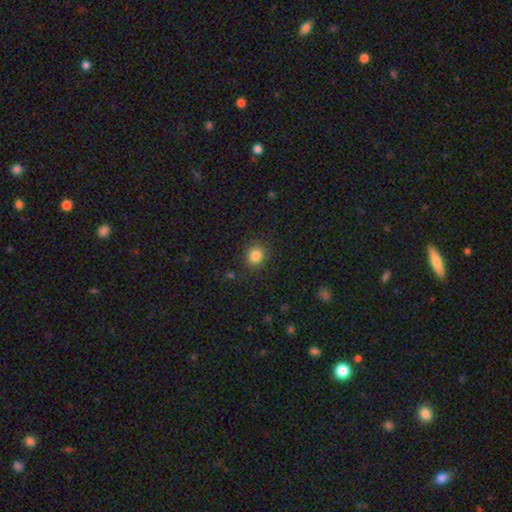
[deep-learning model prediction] Smooth or featured?
  - smooth: 83% *
  - star or artifact: 12%
  - featured or disk: 5%
How rounded?
  - round: 84% *
  - in between: 15%
  - cigar-shaped: 1%
Merging?
  - none: 87% *
  - minor disturbance: 9%
  - major disturbance: 3%
  - merger: 1%